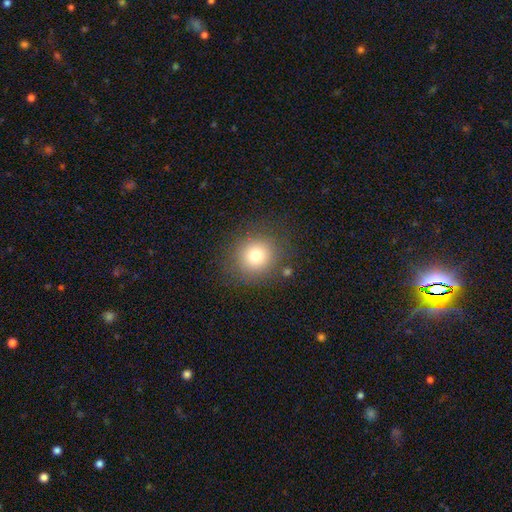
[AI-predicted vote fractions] This is likely a smooth galaxy (77%). How rounded: clearly round (89%). Merging: clearly none (84%).